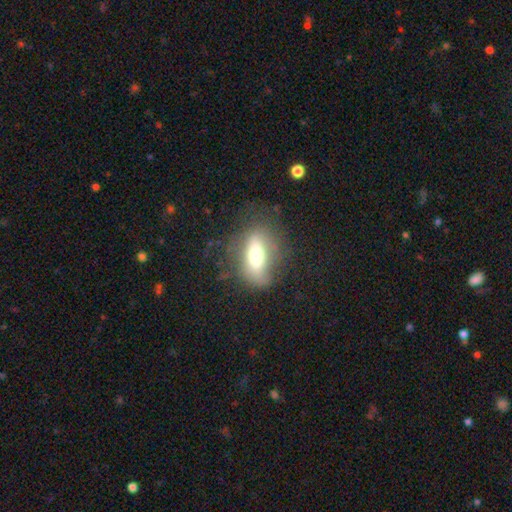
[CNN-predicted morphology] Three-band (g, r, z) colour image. It shows a smooth galaxy with no disk features (58%) that is in between round and cigar-shaped (74%). Merging: none (64%).